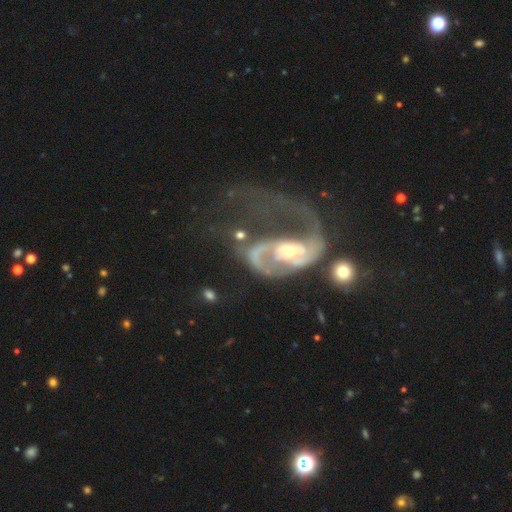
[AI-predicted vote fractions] Smooth or featured? featured or disk (73%)
Edge-on disk? no (97%)
Bar? no (61%)
Spiral arms? yes (79%)
Spiral winding? loose (42%)
Spiral arm count? 2 (55%)
Bulge size? moderate (51%)
Merging? major disturbance (43%)